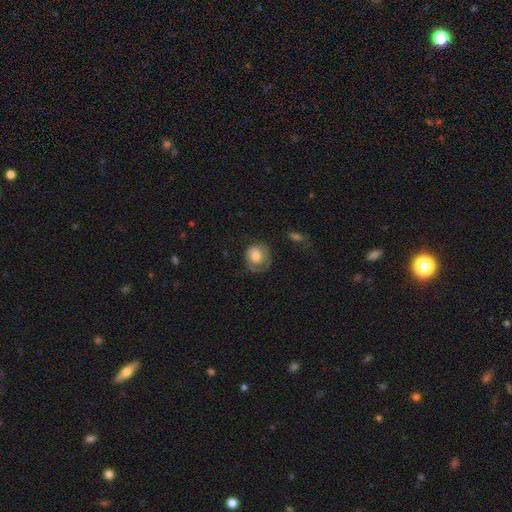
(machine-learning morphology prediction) Q: Smooth or featured?
A: smooth (54%); runner-up: featured or disk (39%)
Q: How rounded?
A: round (70%); runner-up: in between (29%)
Q: Merging?
A: none (51%); runner-up: minor disturbance (24%)